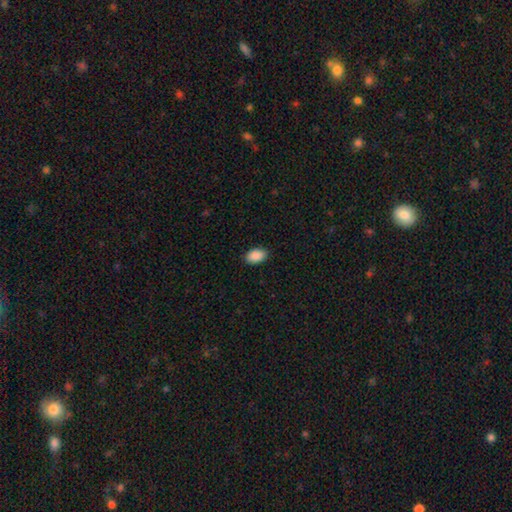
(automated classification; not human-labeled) Smooth or featured: smooth — 91% (star or artifact — 7%)
How rounded: in between — 92% (round — 7%)
Merging: none — 90% (minor disturbance — 8%)